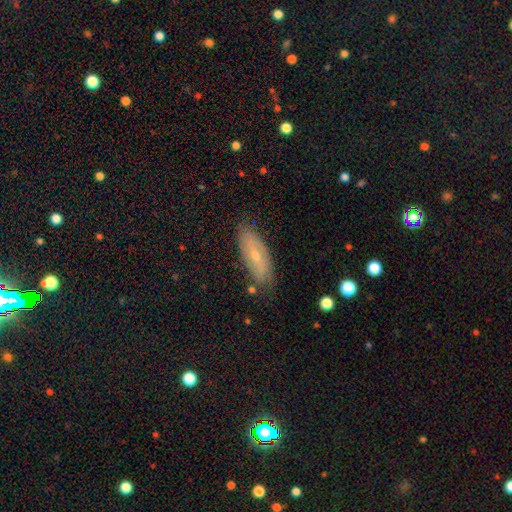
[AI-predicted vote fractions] A featured or disk galaxy (52%).

Vote fractions:
- Smooth or featured? featured or disk: 52% / smooth: 40% / star or artifact: 8%
- Edge-on disk? no: 74% / yes: 26%
- Merging? none: 79% / minor disturbance: 16% / major disturbance: 3% / merger: 2%